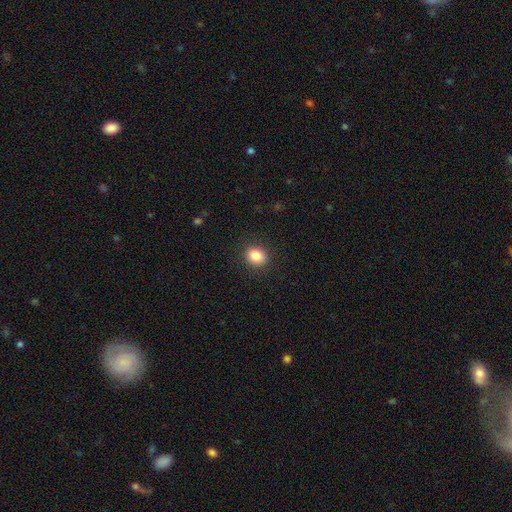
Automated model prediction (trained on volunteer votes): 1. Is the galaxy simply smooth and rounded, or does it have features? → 85% smooth, 10% star or artifact, 5% featured or disk.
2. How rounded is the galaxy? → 56% round, 43% in between, 1% cigar-shaped.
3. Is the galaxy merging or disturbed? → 89% none, 7% minor disturbance, 3% major disturbance, 1% merger.